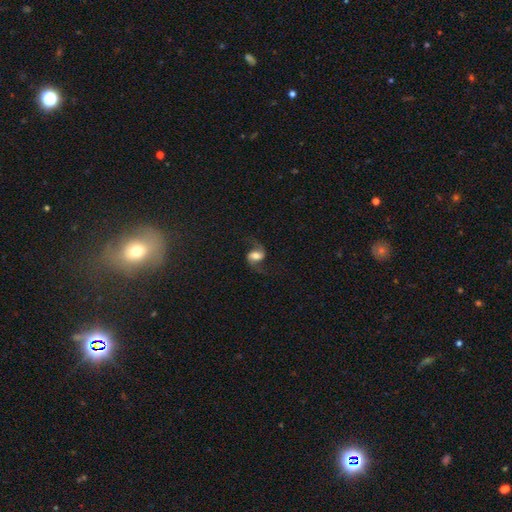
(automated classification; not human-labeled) A featured or disk galaxy (79%) with a weak bar (43%), 2 (94%) loose (67%) spiral arms (96%) and a moderate central bulge (48%). Merging: none (77%).